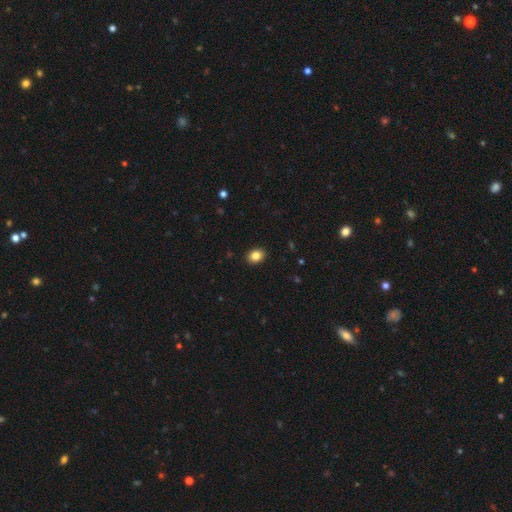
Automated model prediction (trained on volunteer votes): This appears to be a smooth galaxy with no disk features (85%) that is in between round and cigar-shaped (60%). Merging: none (91%).